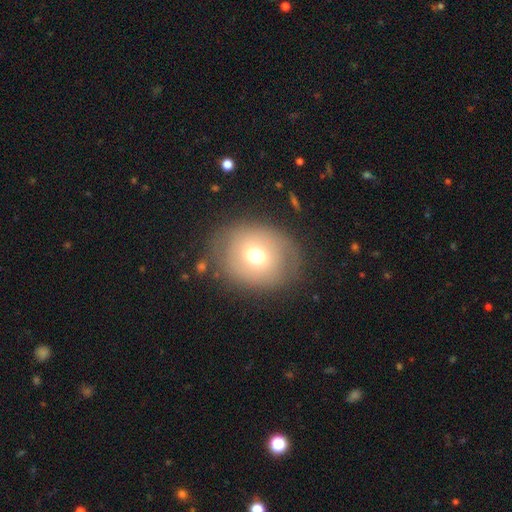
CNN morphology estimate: This is likely a smooth galaxy (62%). How rounded: likely round (65%). Merging: likely none (73%).